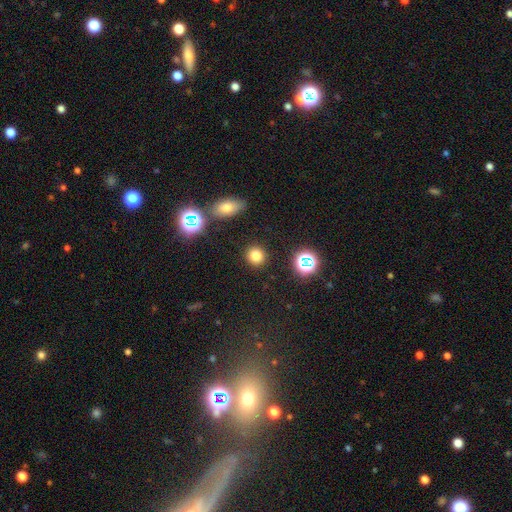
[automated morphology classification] smooth-or-featured: smooth: 78% | star or artifact: 15% | featured or disk: 6%
  how-rounded: round: 87% | in between: 12% | cigar-shaped: 1%
  merging: none: 89% | minor disturbance: 6% | major disturbance: 2% | merger: 2%